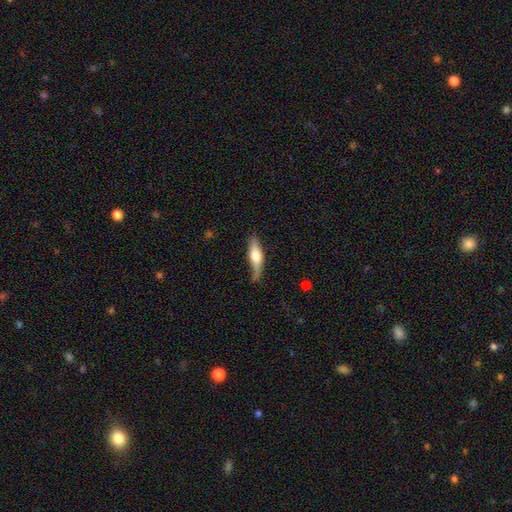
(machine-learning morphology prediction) smooth-or-featured: featured or disk: 51% | smooth: 44% | star or artifact: 5%
  disk-edge-on: yes: 86% | no: 14%
  merging: none: 66% | minor disturbance: 25% | major disturbance: 7% | merger: 3%